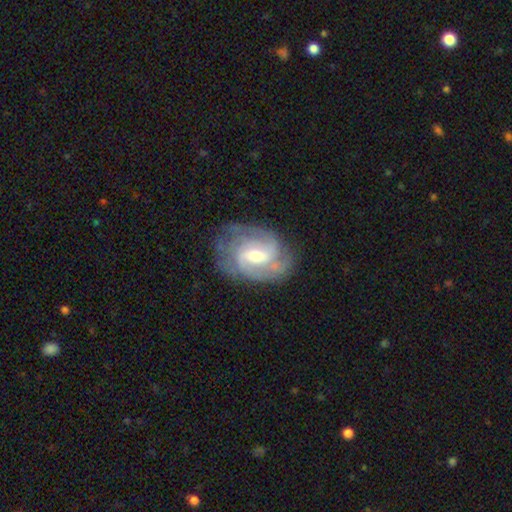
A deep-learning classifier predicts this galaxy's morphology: Smooth or featured? Predicted: featured or disk (p=0.85). Edge-on disk? Predicted: no (p=0.97). Bar? Predicted: weak (p=0.55). Spiral arms? Predicted: yes (p=0.95). Spiral winding? Predicted: tight (p=0.44). Spiral arm count? Predicted: 2 (p=0.35). Bulge size? Predicted: moderate (p=0.57). Merging? Predicted: none (p=0.70).